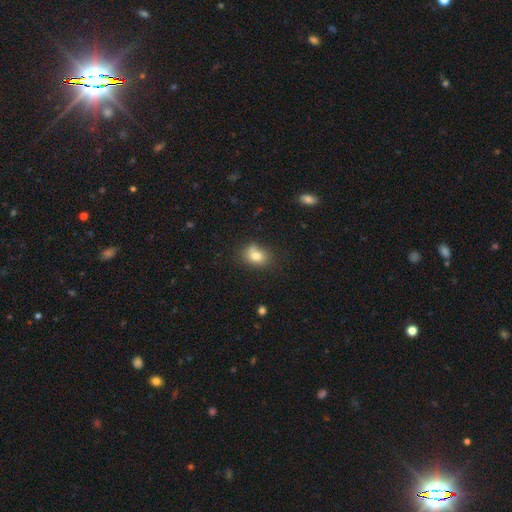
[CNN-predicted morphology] Smooth or featured?
  - smooth: 78% *
  - featured or disk: 11%
  - star or artifact: 11%
How rounded?
  - in between: 56% *
  - round: 43%
  - cigar-shaped: 1%
Merging?
  - none: 57% *
  - minor disturbance: 24%
  - merger: 11%
  - major disturbance: 8%